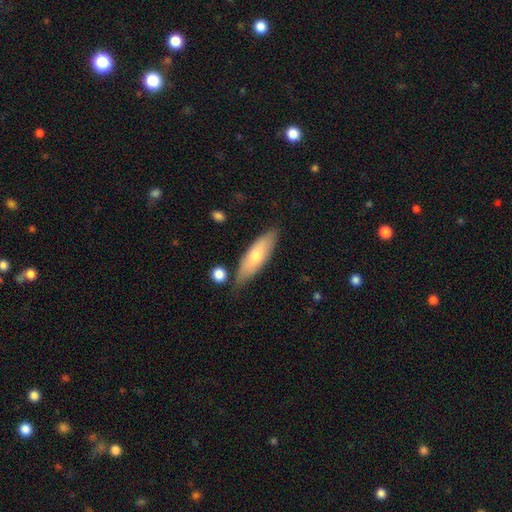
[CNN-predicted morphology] This appears to be a smooth galaxy with no disk features (65%) that is cigar-shaped (49%, tied with in between). Merging: none (75%).